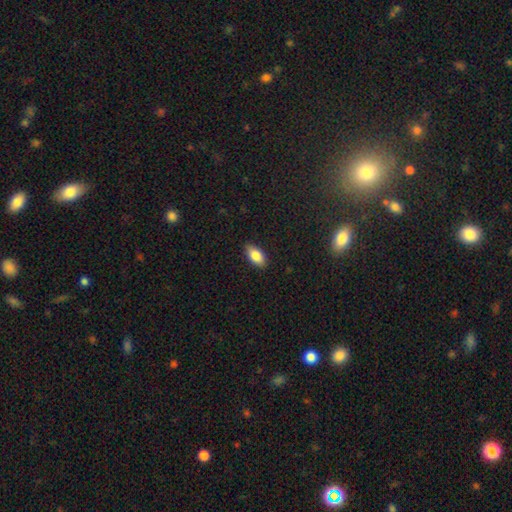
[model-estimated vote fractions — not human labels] Smooth or featured? smooth (83%)
How rounded? in between (90%)
Merging? none (85%)